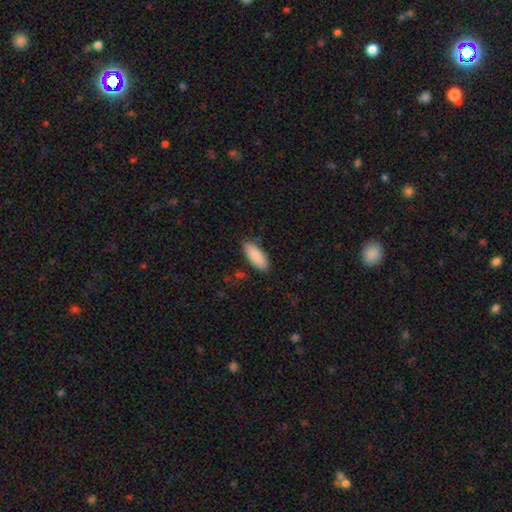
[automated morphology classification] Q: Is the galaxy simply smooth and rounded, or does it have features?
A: smooth — 90%.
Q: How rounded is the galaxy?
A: in between — 79%.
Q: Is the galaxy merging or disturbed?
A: none — 84%.